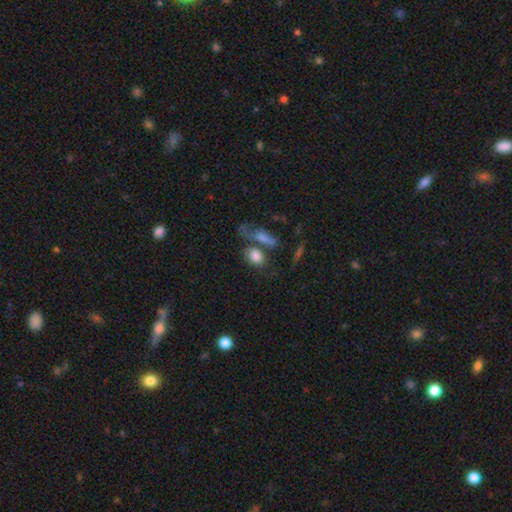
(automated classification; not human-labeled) This is likely a smooth galaxy (80%). How rounded: likely in between (75%). Merging: marginally none (44%).